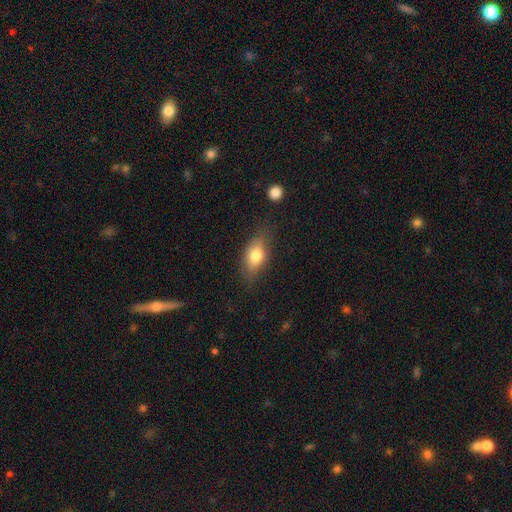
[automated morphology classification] Smooth or featured? Predicted: smooth (p=0.73). How rounded? Predicted: in between (p=0.82). Merging? Predicted: none (p=0.71).